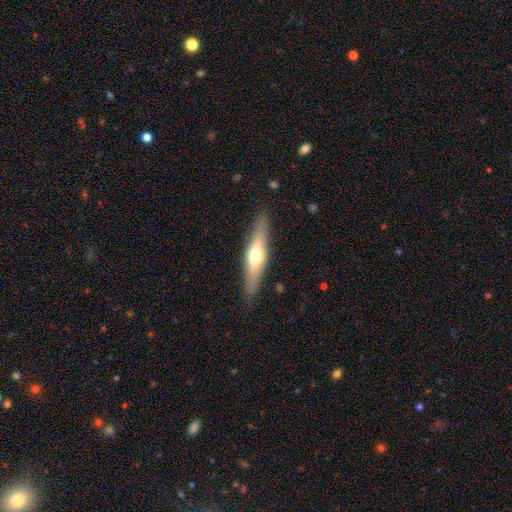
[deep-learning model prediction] smooth-or-featured: featured or disk: 53% | smooth: 42% | star or artifact: 6%
  disk-edge-on: yes: 87% | no: 13%
  merging: none: 87% | minor disturbance: 9% | major disturbance: 2% | merger: 1%